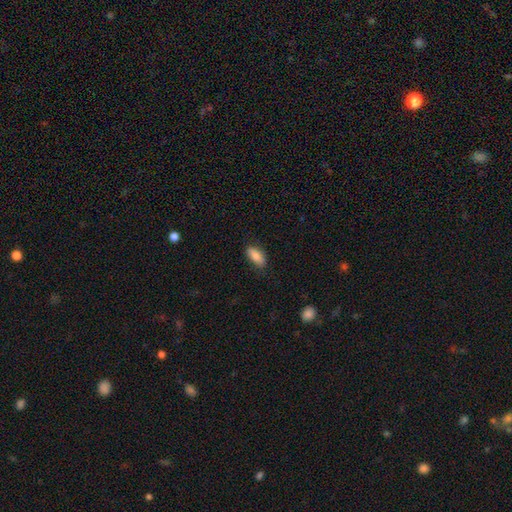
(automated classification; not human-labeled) A smooth galaxy with no disk features (83%) that is in between round and cigar-shaped (87%). Merging: none (81%).